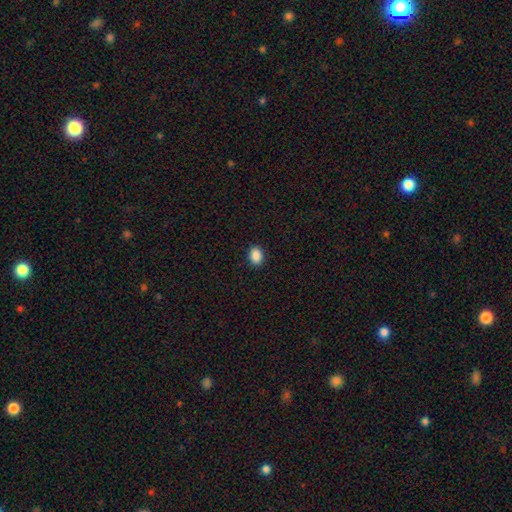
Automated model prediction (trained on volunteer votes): smooth-or-featured: smooth: 89% | star or artifact: 8% | featured or disk: 3%
  how-rounded: in between: 66% | round: 33% | cigar-shaped: 1%
  merging: none: 90% | minor disturbance: 7% | major disturbance: 2% | merger: 1%